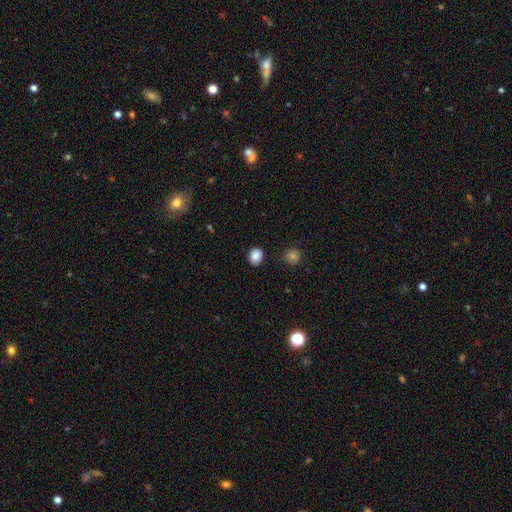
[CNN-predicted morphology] Smooth or featured? Predicted: smooth (p=0.87). How rounded? Predicted: round (p=0.59). Merging? Predicted: none (p=0.86).